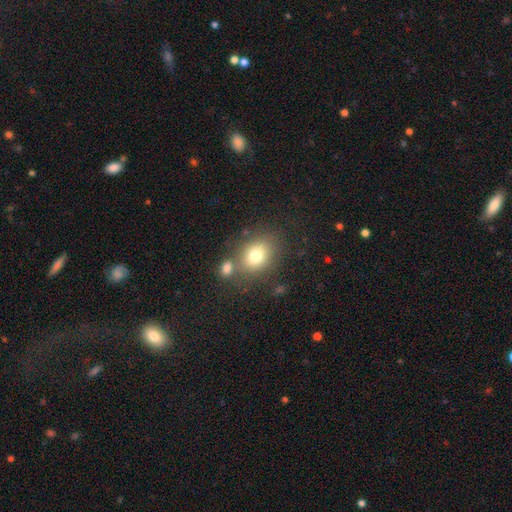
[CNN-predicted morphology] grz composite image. It shows a smooth galaxy with no disk features (77%) that is in between round and cigar-shaped (52%). Merging: none (63%).